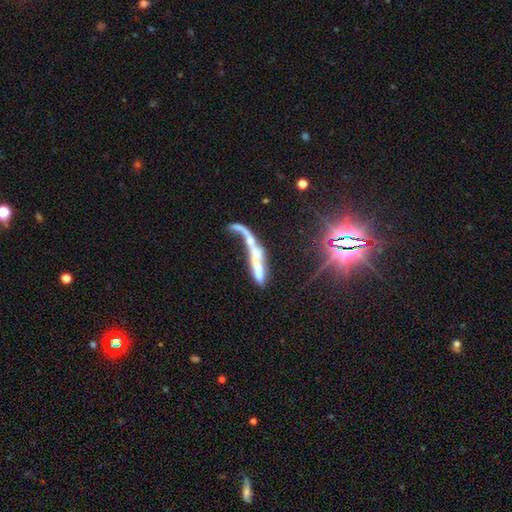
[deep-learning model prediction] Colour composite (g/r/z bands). It shows a featured or disk galaxy (52%). Merging: merger (53%).